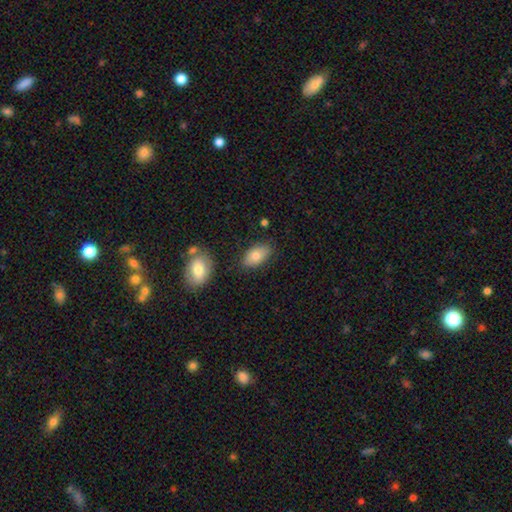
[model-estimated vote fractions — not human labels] The model was most divided on "merging": none: 77%, minor disturbance: 14%, merger: 5%, major disturbance: 3%. More confident: how rounded — in between (93%); smooth or featured — smooth (81%).